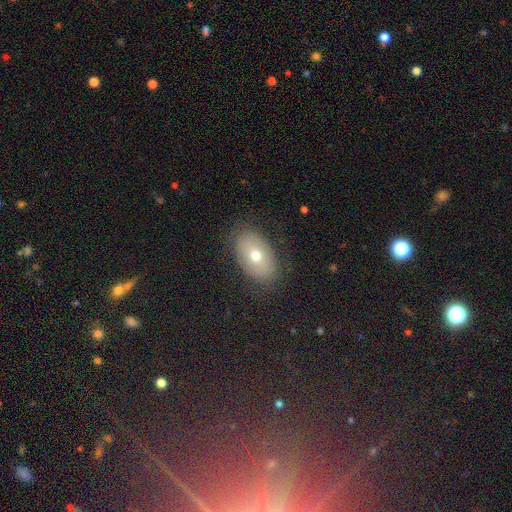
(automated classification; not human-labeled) Smooth or featured? Predicted: smooth (p=0.65). How rounded? Predicted: in between (p=0.89). Merging? Predicted: none (p=0.83).